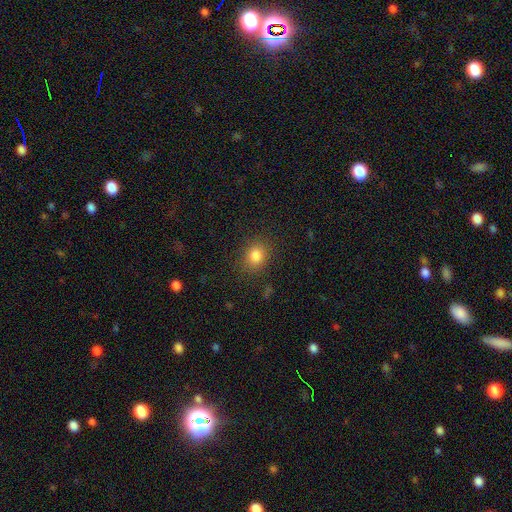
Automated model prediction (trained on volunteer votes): Smooth or featured: smooth — 83% (star or artifact — 12%)
How rounded: round — 66% (in between — 33%)
Merging: none — 86% (minor disturbance — 10%)